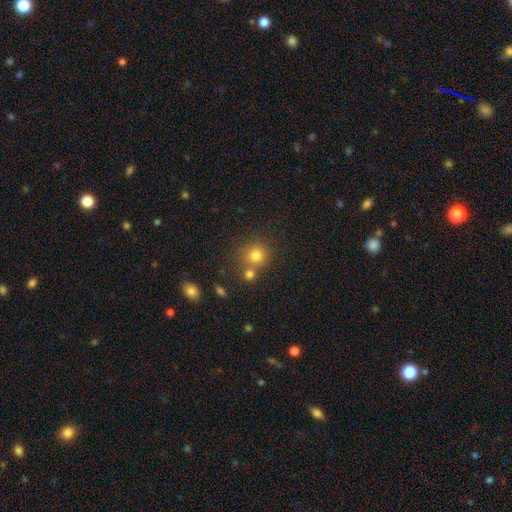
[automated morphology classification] The model was most divided on "merging": none: 66%, merger: 23%, minor disturbance: 8%, major disturbance: 3%. More confident: how rounded — round (90%); smooth or featured — smooth (78%).